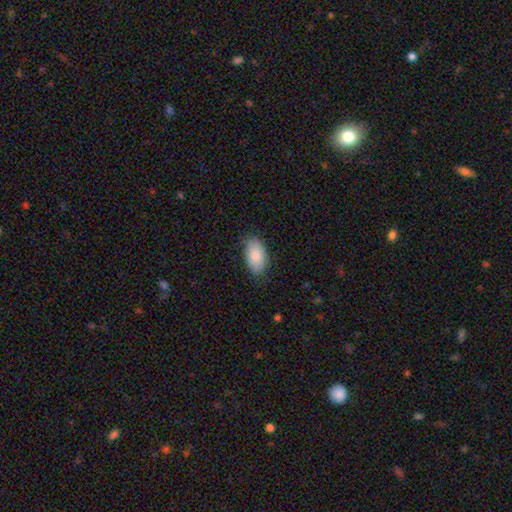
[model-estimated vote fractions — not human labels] This is clearly a smooth galaxy (85%). How rounded: clearly in between (94%). Merging: likely none (78%).